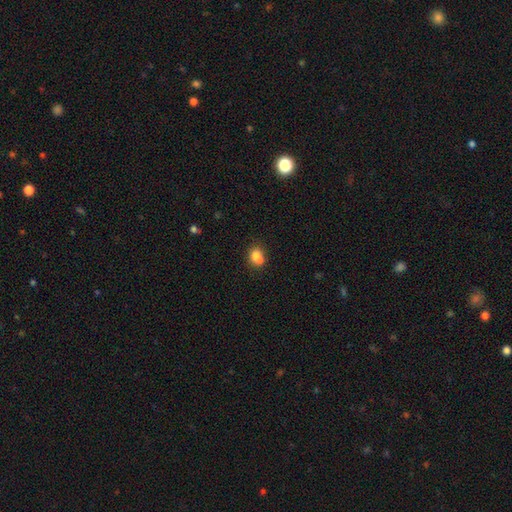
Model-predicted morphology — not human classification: smooth 75%, featured or disk 14%, star or artifact 10%. Down the decision tree: how rounded — round (57%); merging — merger (49%).